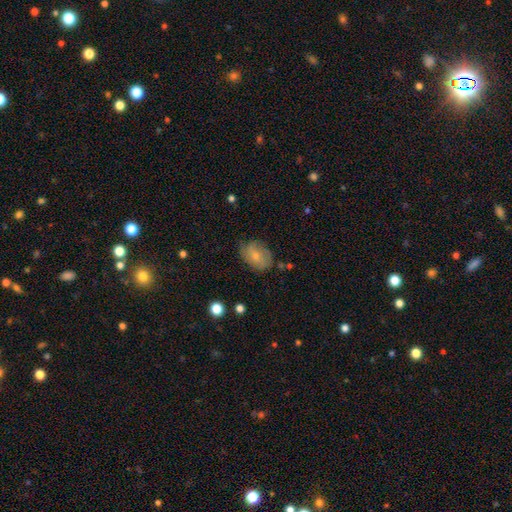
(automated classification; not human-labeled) A smooth galaxy with no disk features (64%) that is in between round and cigar-shaped (77%).

Vote fractions:
- Smooth or featured? smooth: 64% / featured or disk: 28% / star or artifact: 8%
- How rounded? in between: 77% / round: 22% / cigar-shaped: 1%
- Merging? none: 62% / minor disturbance: 27% / major disturbance: 9% / merger: 2%